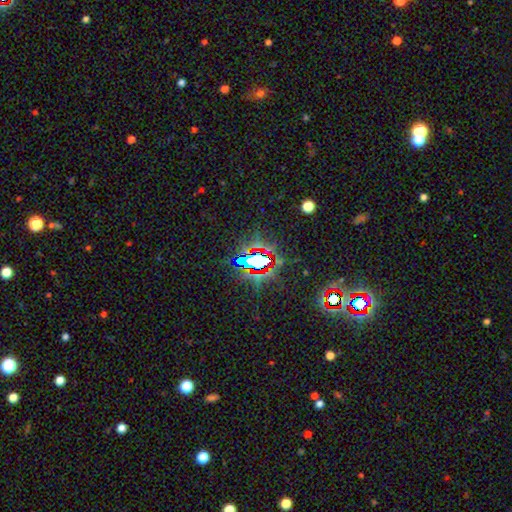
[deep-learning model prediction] Morphology: type=star or artifact (75%).